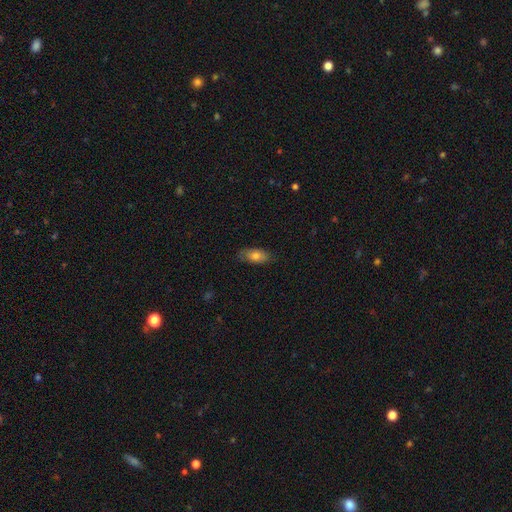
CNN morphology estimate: Smooth or featured? smooth (72%)
How rounded? in between (89%)
Merging? none (75%)